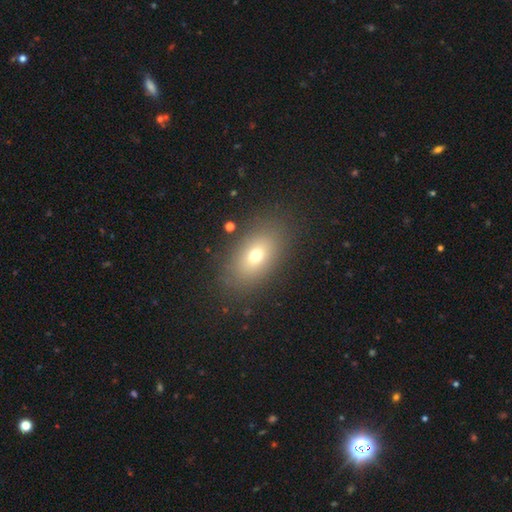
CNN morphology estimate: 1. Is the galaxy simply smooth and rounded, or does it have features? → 70% smooth, 17% featured or disk, 13% star or artifact.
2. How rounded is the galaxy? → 85% in between, 12% round, 3% cigar-shaped.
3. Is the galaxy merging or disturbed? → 85% none, 9% minor disturbance, 4% major disturbance, 2% merger.